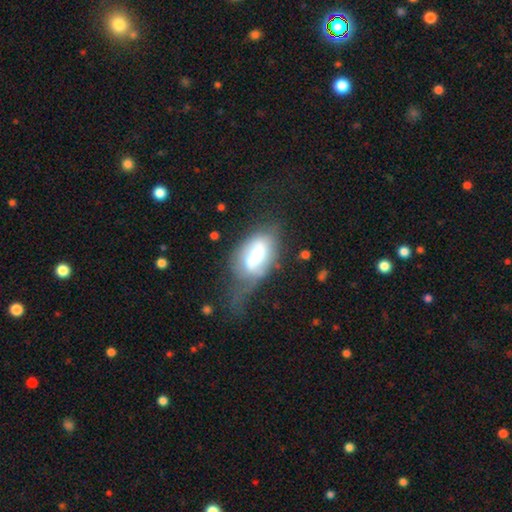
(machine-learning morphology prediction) smooth 54%, featured or disk 38%, star or artifact 8%. Down the decision tree: how rounded — in between (88%); merging — major disturbance (41%).